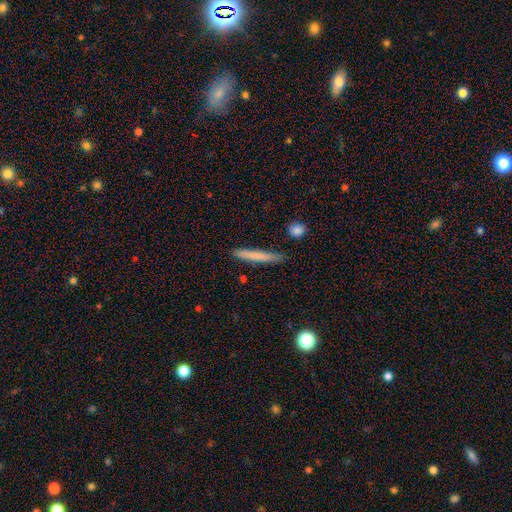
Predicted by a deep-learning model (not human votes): smooth_or_featured: smooth (p=0.74) [alt: featured or disk p=0.20]
how_rounded: cigar-shaped (p=0.95) [alt: in between p=0.03]
merging: none (p=0.84) [alt: minor disturbance p=0.12]